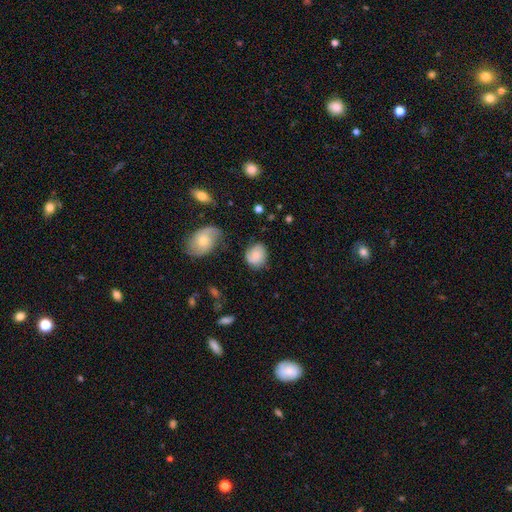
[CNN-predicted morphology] This is likely a smooth galaxy (61%). How rounded: likely round (64%). Merging: likely none (65%).